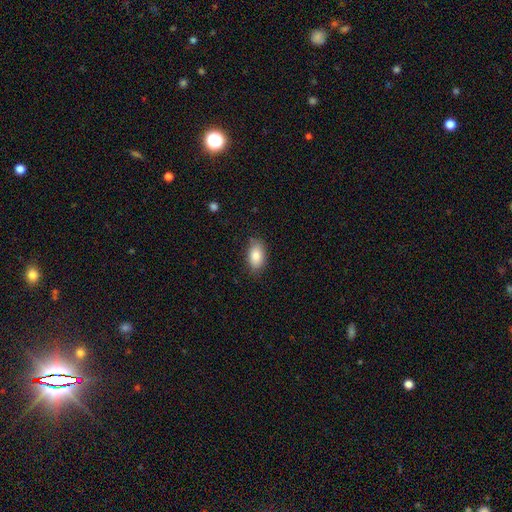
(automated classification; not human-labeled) Morphology: type=smooth (86%); roundness=in between (92%); merging=none (80%).